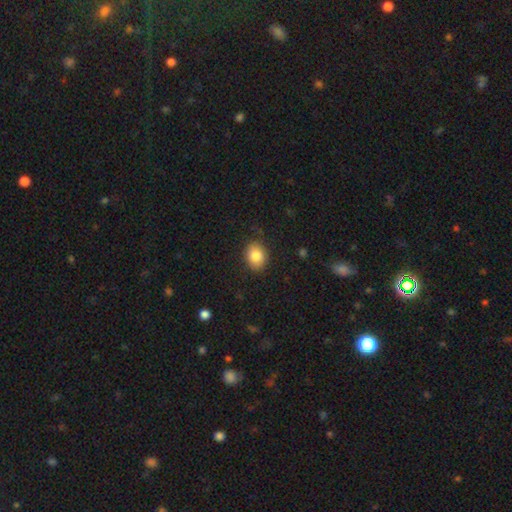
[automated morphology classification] Smooth or featured? smooth (83%)
How rounded? in between (60%)
Merging? none (85%)